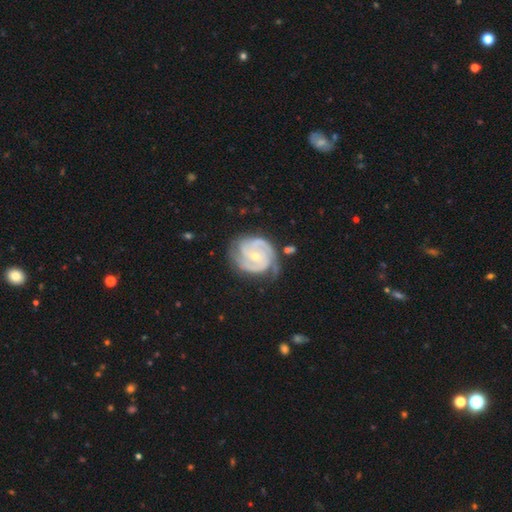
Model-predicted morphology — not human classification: The model was most divided on "spiral arm count": 2: 50%, 3: 31%, can't tell: 8%, 4: 4%, 1: 3%, more than 4: 3%. More confident: edge-on disk — no (98%); spiral arms — yes (98%); smooth or featured — featured or disk (91%); merging — none (70%); spiral winding — tight (61%); bulge size — small (60%); bar — no (59%).